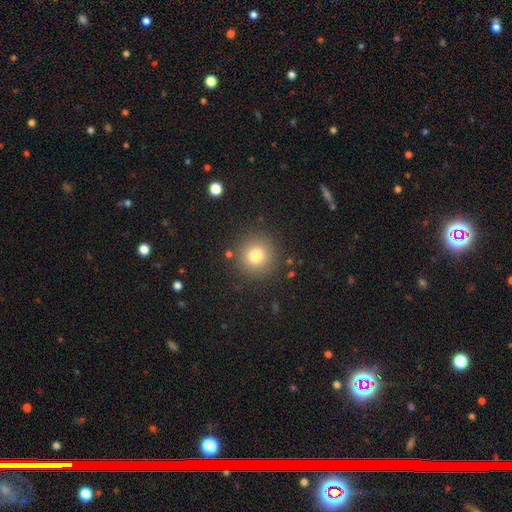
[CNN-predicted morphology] The model was most divided on "smooth or featured": smooth: 78%, star or artifact: 13%, featured or disk: 9%. More confident: how rounded — round (94%); merging — none (87%).